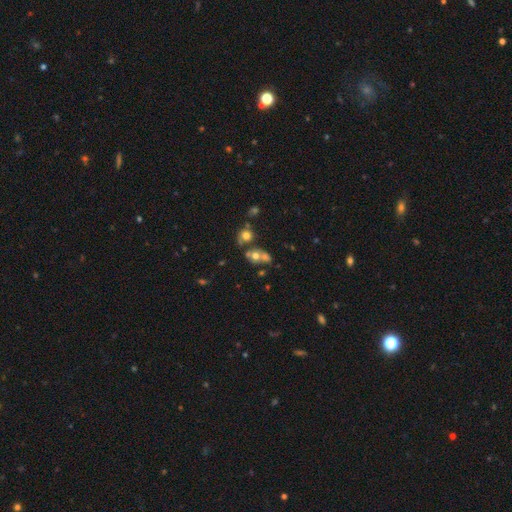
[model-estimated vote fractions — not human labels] A smooth galaxy with no disk features (59%) that is round (64%). Merging: merger (49%).